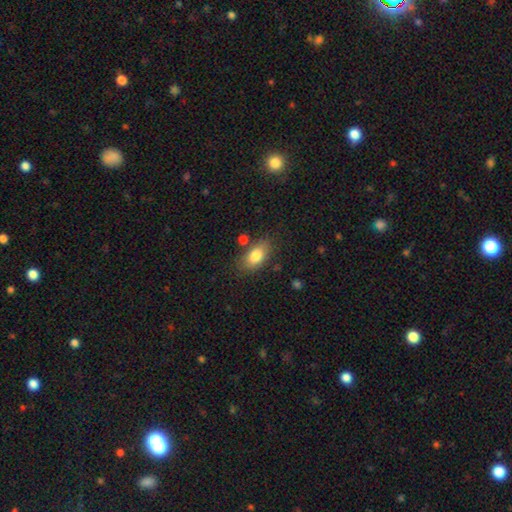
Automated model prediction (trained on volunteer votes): Smooth or featured?
  - smooth: 81% *
  - featured or disk: 11%
  - star or artifact: 7%
How rounded?
  - in between: 88% *
  - round: 7%
  - cigar-shaped: 5%
Merging?
  - none: 74% *
  - minor disturbance: 16%
  - merger: 6%
  - major disturbance: 4%